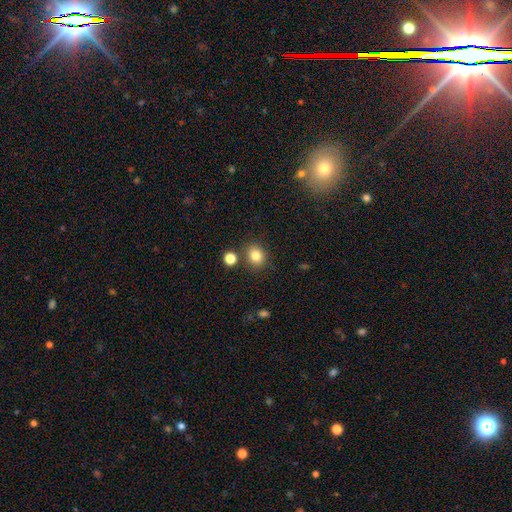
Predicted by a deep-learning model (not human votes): smooth_or_featured: smooth (p=0.82) [alt: star or artifact p=0.12]
how_rounded: round (p=0.72) [alt: in between p=0.27]
merging: none (p=0.80) [alt: minor disturbance p=0.09]